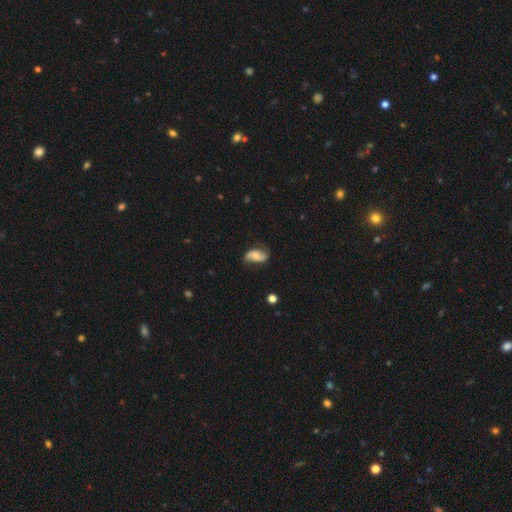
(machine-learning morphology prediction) type=featured or disk (63%); edge-on=no (97%); bar=no (56%); spiral arms=yes (91%); winding=loose (49%); arm count=2 (88%); bulge=small (42%); merging=none (65%).